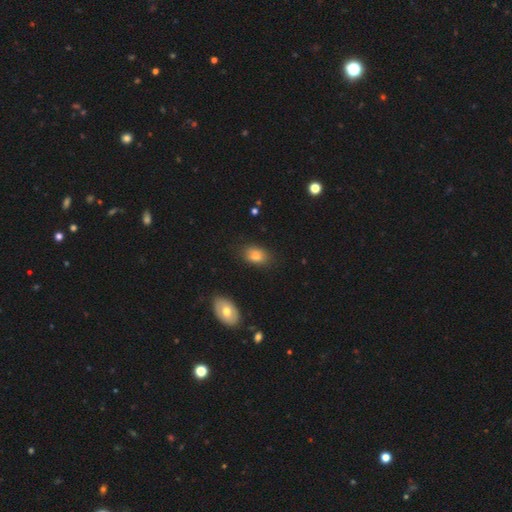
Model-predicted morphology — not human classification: This is likely a smooth galaxy (78%). How rounded: clearly in between (86%). Merging: clearly none (80%).